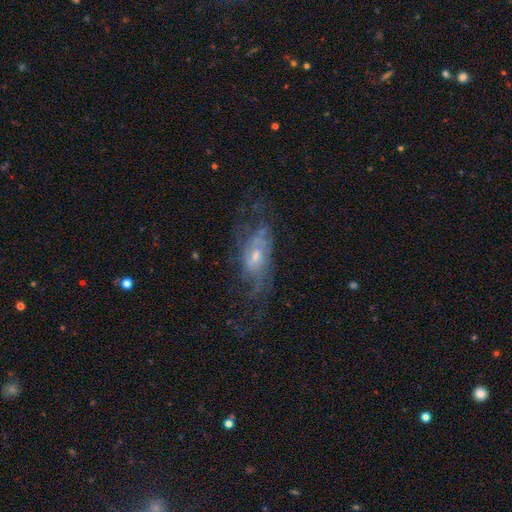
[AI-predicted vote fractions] Q: Smooth or featured?
A: featured or disk (73%); runner-up: smooth (17%)
Q: Edge-on disk?
A: no (89%); runner-up: yes (11%)
Q: Bar?
A: no (62%); runner-up: weak (32%)
Q: Spiral arms?
A: yes (79%); runner-up: no (21%)
Q: Spiral winding?
A: medium (41%); runner-up: tight (30%)
Q: Spiral arm count?
A: can't tell (46%); runner-up: 2 (29%)
Q: Bulge size?
A: small (48%); runner-up: moderate (44%)
Q: Merging?
A: none (56%); runner-up: major disturbance (22%)